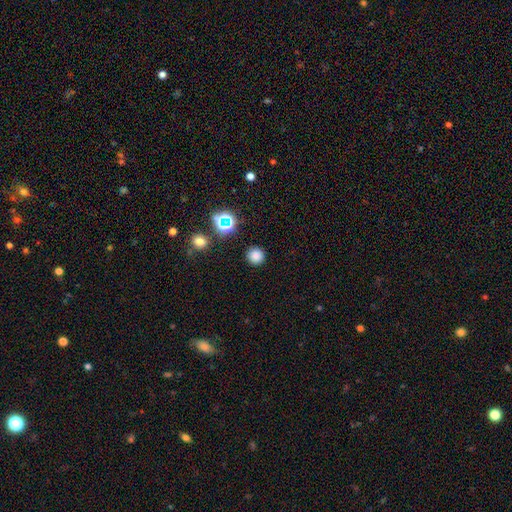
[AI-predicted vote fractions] smooth-or-featured: smooth: 77% | star or artifact: 18% | featured or disk: 5%
  how-rounded: round: 94% | in between: 5% | cigar-shaped: 1%
  merging: none: 90% | minor disturbance: 6% | major disturbance: 2% | merger: 2%